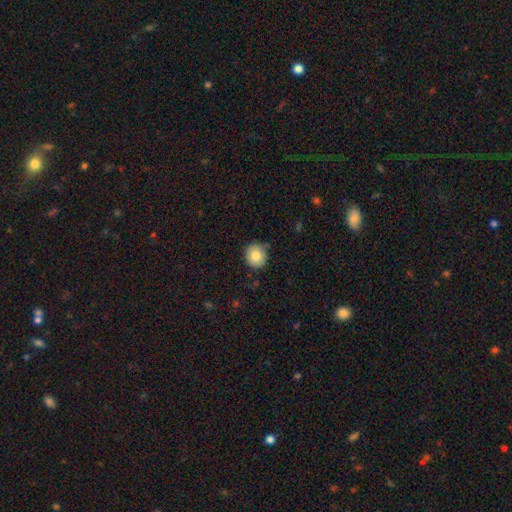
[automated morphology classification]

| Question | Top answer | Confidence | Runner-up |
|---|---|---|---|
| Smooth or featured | smooth | 81% | featured or disk (10%) |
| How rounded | round | 88% | in between (11%) |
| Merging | none | 84% | minor disturbance (12%) |